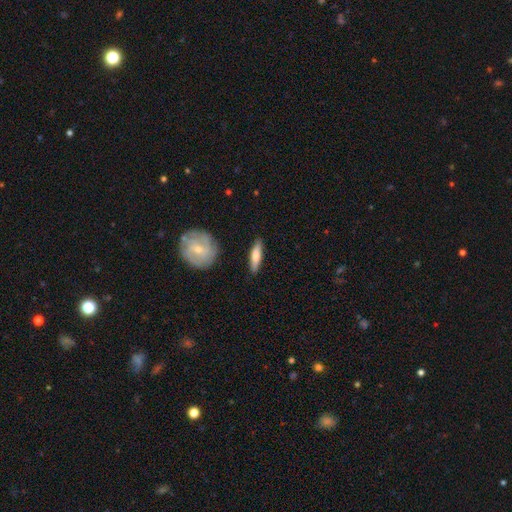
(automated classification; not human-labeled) This is likely a smooth galaxy (66%). How rounded: likely cigar-shaped (73%). Merging: clearly none (87%).